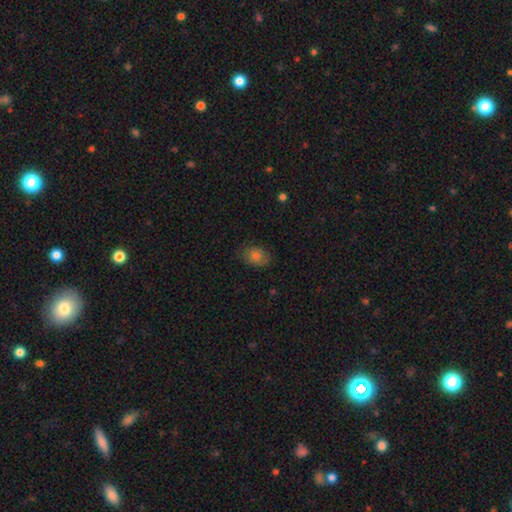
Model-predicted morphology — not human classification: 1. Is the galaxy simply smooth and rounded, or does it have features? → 77% smooth, 13% star or artifact, 10% featured or disk.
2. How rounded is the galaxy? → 68% in between, 31% round, 1% cigar-shaped.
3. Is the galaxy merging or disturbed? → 80% none, 15% minor disturbance, 3% major disturbance, 1% merger.